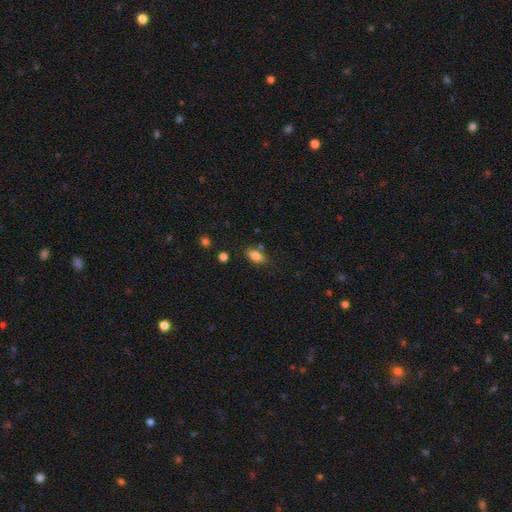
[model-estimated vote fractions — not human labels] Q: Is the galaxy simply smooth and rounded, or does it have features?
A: smooth — 83%.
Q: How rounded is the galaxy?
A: in between — 88%.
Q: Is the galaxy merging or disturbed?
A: none — 76%.